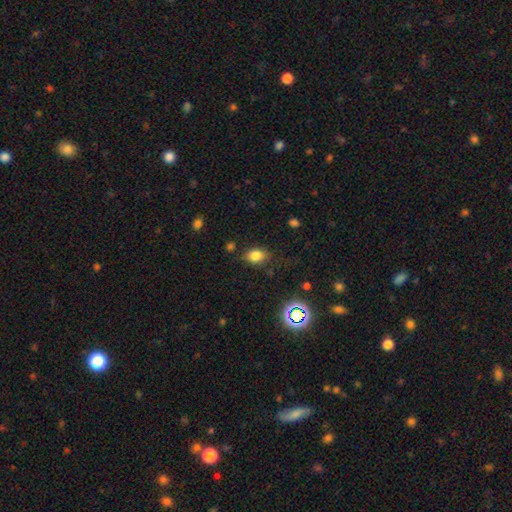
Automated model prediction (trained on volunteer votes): The model was most divided on "how rounded": in between: 72%, round: 27%, cigar-shaped: 2%. More confident: smooth or featured — smooth (78%); merging — none (77%).